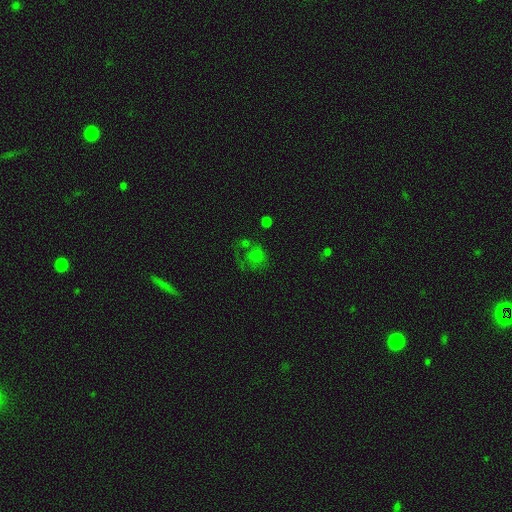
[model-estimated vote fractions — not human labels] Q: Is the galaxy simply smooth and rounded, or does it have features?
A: smooth — 55%.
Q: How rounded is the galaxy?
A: round — 65%.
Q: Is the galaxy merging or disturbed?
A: none — 39%.